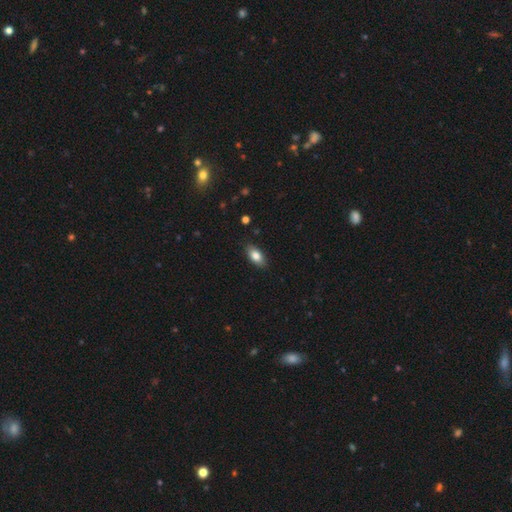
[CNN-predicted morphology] The model was most divided on "smooth or featured": smooth: 81%, featured or disk: 11%, star or artifact: 7%. More confident: how rounded — in between (89%); merging — none (87%).